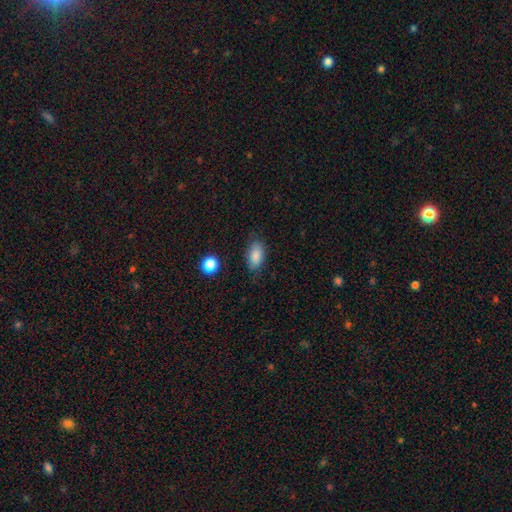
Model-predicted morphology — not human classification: A smooth galaxy with no disk features (86%) that is in between round and cigar-shaped (91%).

Vote fractions:
- Smooth or featured? smooth: 86% / star or artifact: 8% / featured or disk: 7%
- How rounded? in between: 91% / round: 5% / cigar-shaped: 4%
- Merging? none: 78% / minor disturbance: 17% / major disturbance: 4% / merger: 2%